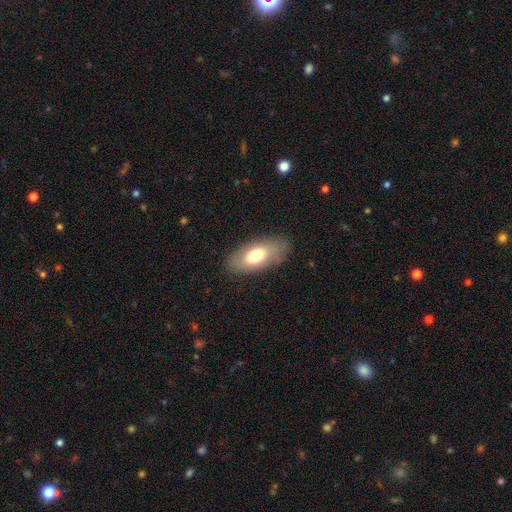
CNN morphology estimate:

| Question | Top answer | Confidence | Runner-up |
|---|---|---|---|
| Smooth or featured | smooth | 71% | featured or disk (23%) |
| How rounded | in between | 89% | cigar-shaped (8%) |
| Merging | none | 83% | minor disturbance (12%) |